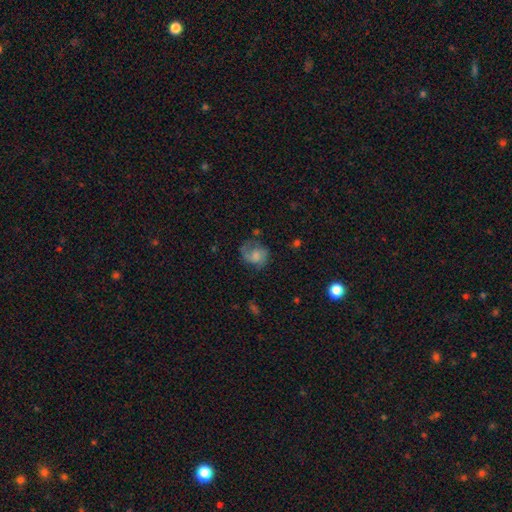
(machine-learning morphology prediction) Overall: smooth (51%; featured or disk 40%). How rounded: round (60%; in between 39%). Merging: none (46%; minor disturbance 26%).